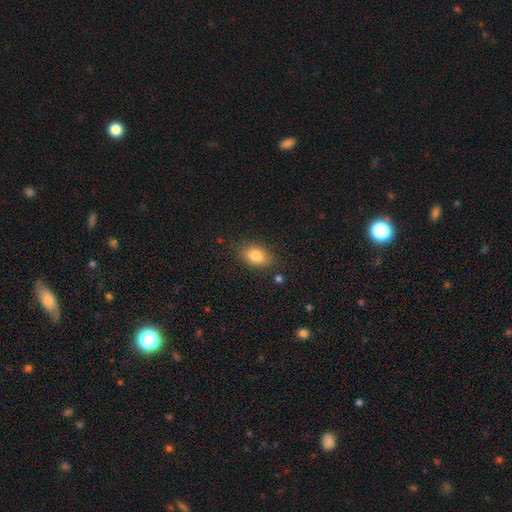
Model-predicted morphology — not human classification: smooth 81%, featured or disk 10%, star or artifact 9%. Down the decision tree: how rounded — in between (83%); merging — none (81%).